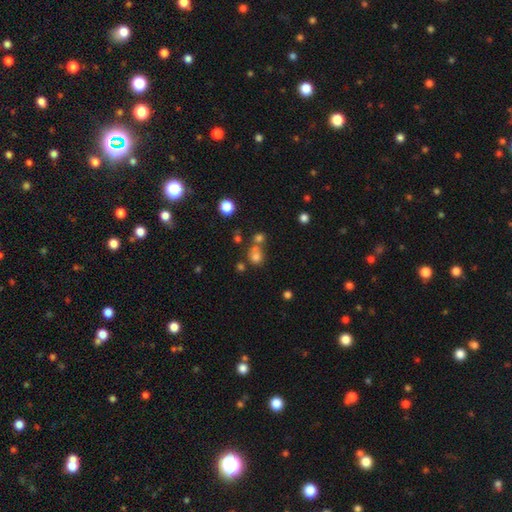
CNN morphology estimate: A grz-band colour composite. It shows a smooth galaxy with no disk features (73%) that is round (78%). Merging: none (48%).